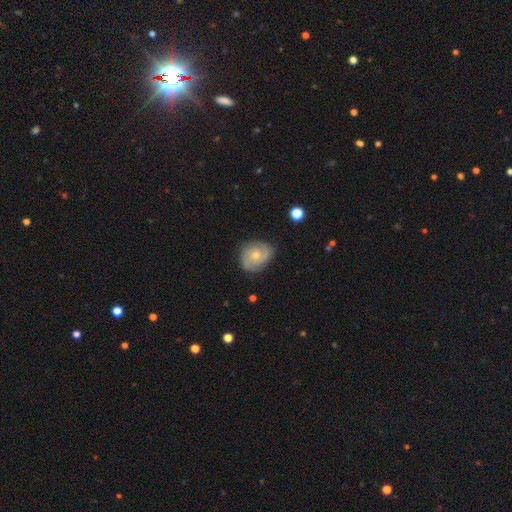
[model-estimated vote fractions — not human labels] This appears to be a featured or disk galaxy (74%) with no bar (74%), 2 (67%) tight (54%) spiral arms (93%) and a small central bulge (51%). Merging: none (78%).